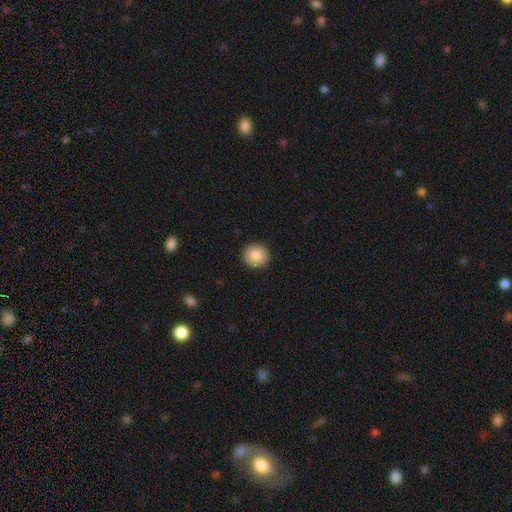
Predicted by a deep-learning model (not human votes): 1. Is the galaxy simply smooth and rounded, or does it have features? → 86% smooth, 8% star or artifact, 6% featured or disk.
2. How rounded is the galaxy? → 93% round, 6% in between, 1% cigar-shaped.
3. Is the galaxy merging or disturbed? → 93% none, 5% minor disturbance, 2% major disturbance, 1% merger.